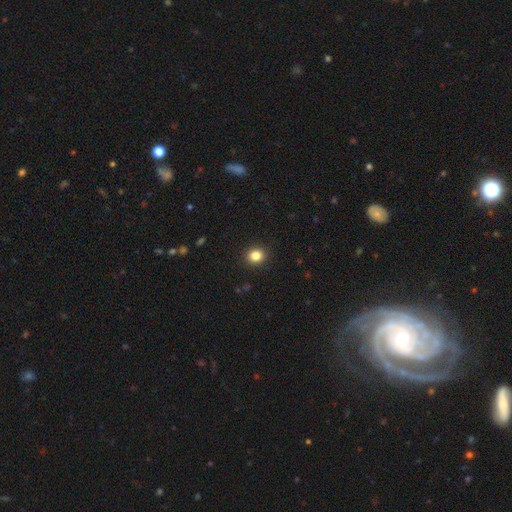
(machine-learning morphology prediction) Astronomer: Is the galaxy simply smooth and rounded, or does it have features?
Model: smooth — 84%.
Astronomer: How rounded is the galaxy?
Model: round — 78%.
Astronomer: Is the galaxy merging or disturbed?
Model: none — 92%.